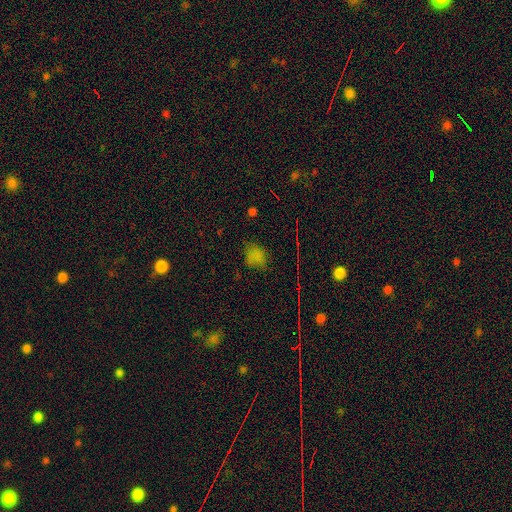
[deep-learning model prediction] The model was most divided on "how rounded": in between: 52%, round: 47%, cigar-shaped: 2%. More confident: merging — none (60%); smooth or featured — smooth (60%).